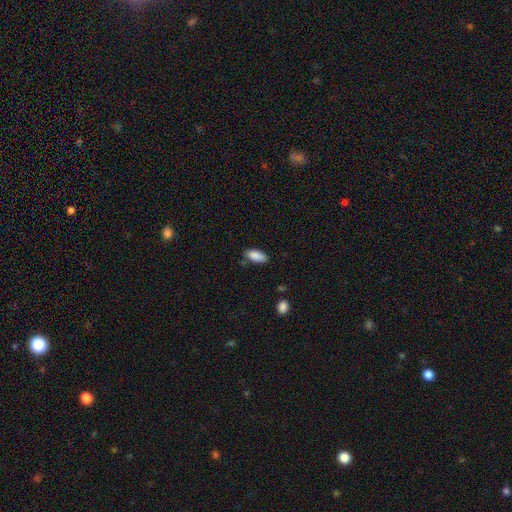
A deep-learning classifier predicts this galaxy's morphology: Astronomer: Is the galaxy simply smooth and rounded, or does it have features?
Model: smooth — 89%.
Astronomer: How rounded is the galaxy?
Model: in between — 86%.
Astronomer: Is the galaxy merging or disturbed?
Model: none — 79%.